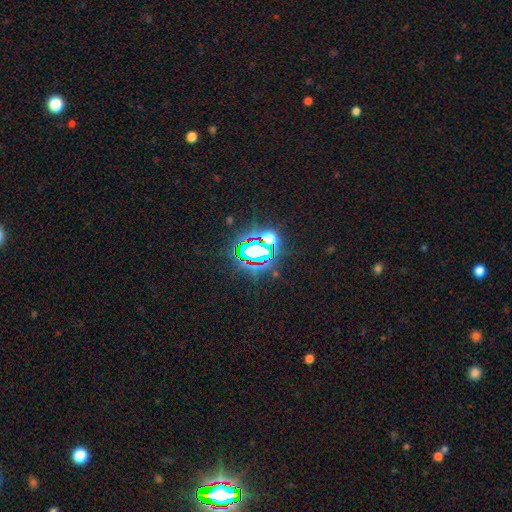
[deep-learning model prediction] smooth-or-featured: star or artifact: 72% | smooth: 17% | featured or disk: 11%